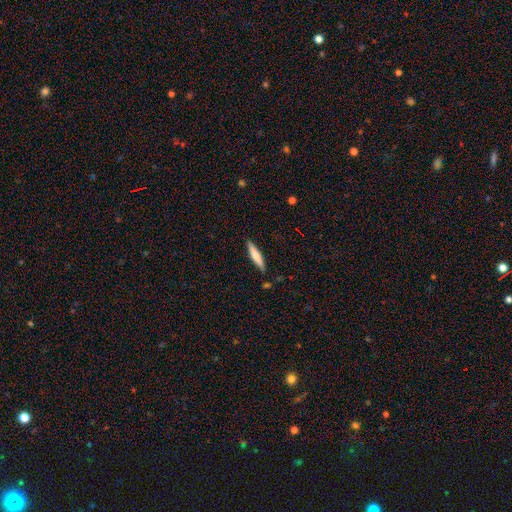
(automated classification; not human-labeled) Q: Smooth or featured?
A: smooth (67%); runner-up: featured or disk (27%)
Q: How rounded?
A: cigar-shaped (88%); runner-up: in between (10%)
Q: Merging?
A: none (85%); runner-up: minor disturbance (10%)